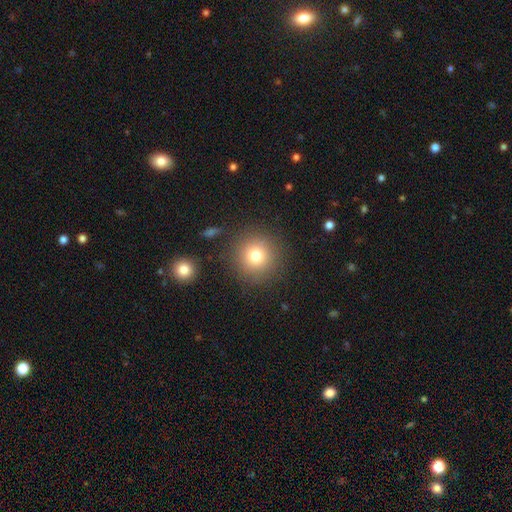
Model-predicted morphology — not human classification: A smooth galaxy with no disk features (77%) that is round (95%). Merging: none (87%).